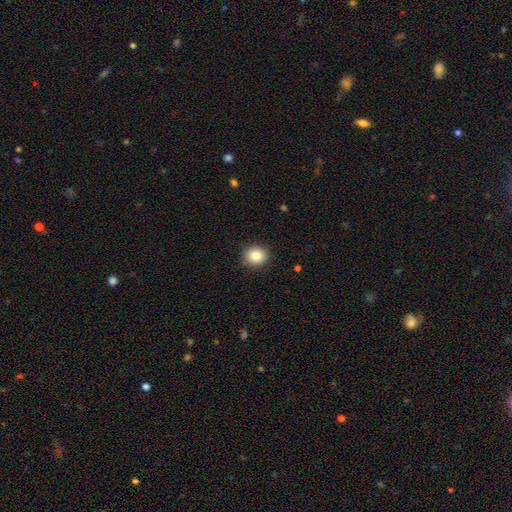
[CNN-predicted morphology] smooth 84%, star or artifact 10%, featured or disk 6%. Down the decision tree: how rounded — round (82%); merging — none (90%).